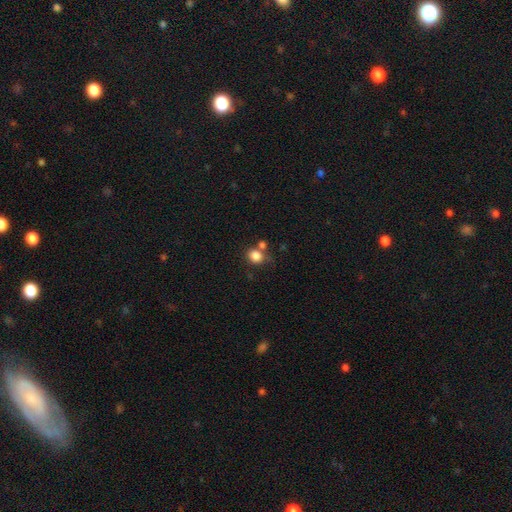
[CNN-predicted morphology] Smooth or featured? smooth (83%)
How rounded? round (68%)
Merging? none (57%)